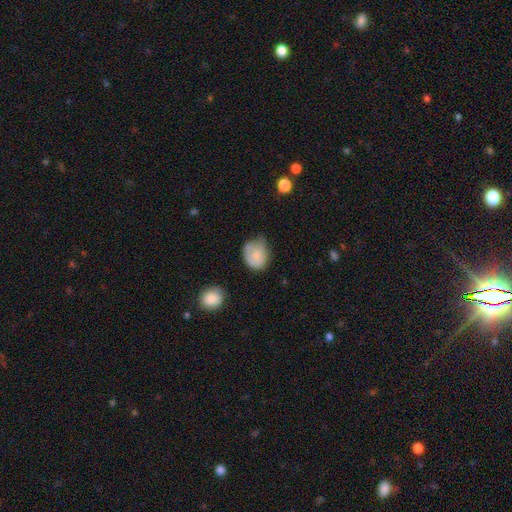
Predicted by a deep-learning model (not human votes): Q: Smooth or featured?
A: smooth (75%); runner-up: featured or disk (18%)
Q: How rounded?
A: in between (51%); runner-up: round (48%)
Q: Merging?
A: minor disturbance (43%); runner-up: none (37%)